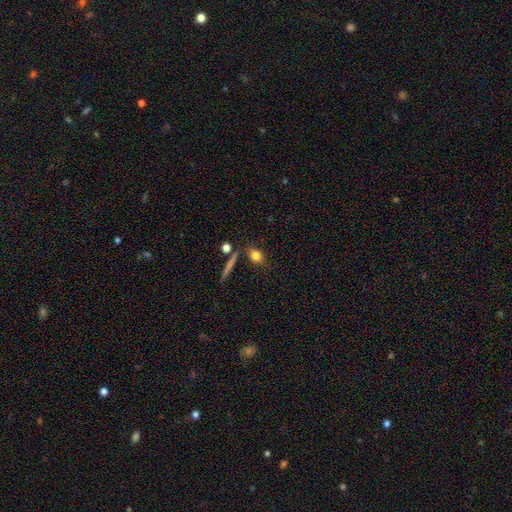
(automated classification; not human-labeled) Q: Smooth or featured?
A: smooth (77%); runner-up: featured or disk (13%)
Q: How rounded?
A: round (48%); runner-up: in between (41%)
Q: Merging?
A: none (71%); runner-up: minor disturbance (15%)